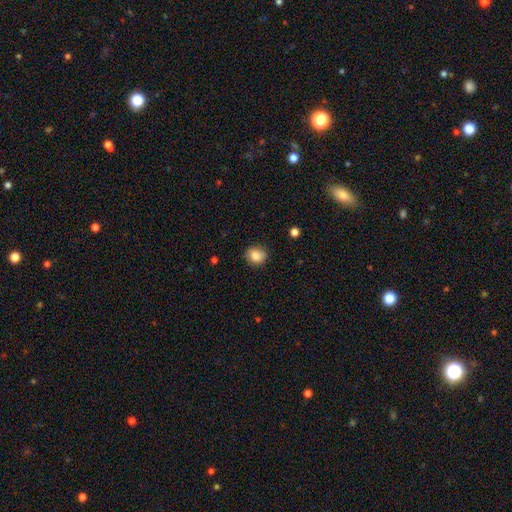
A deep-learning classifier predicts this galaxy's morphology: This is clearly a smooth galaxy (85%). How rounded: likely round (75%). Merging: clearly none (83%).